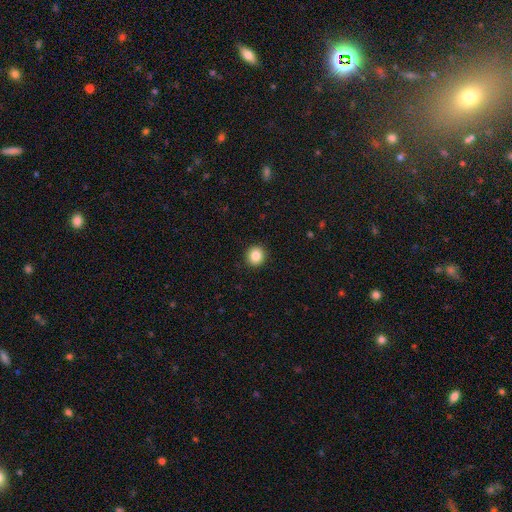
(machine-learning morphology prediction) This appears to be a smooth galaxy with no disk features (86%) that is round (91%). Merging: none (93%).